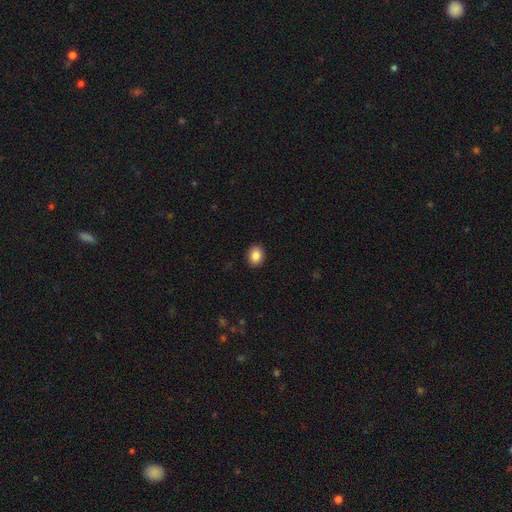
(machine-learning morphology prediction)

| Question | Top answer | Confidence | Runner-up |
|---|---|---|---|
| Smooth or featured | smooth | 87% | star or artifact (8%) |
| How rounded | in between | 52% | round (48%) |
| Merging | none | 91% | minor disturbance (6%) |